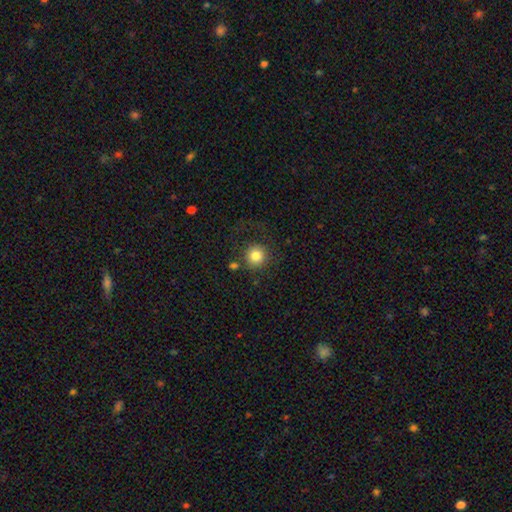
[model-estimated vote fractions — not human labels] Smooth or featured? Predicted: smooth (p=0.83). How rounded? Predicted: round (p=0.94). Merging? Predicted: none (p=0.79).